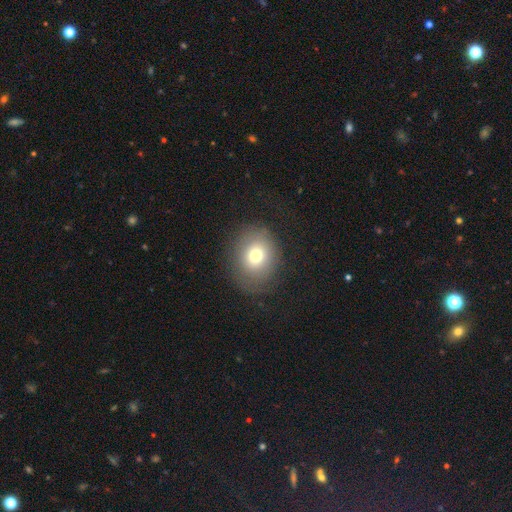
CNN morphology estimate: The model was most divided on "how rounded": round: 69%, in between: 30%, cigar-shaped: 1%. More confident: merging — none (78%); smooth or featured — smooth (72%).